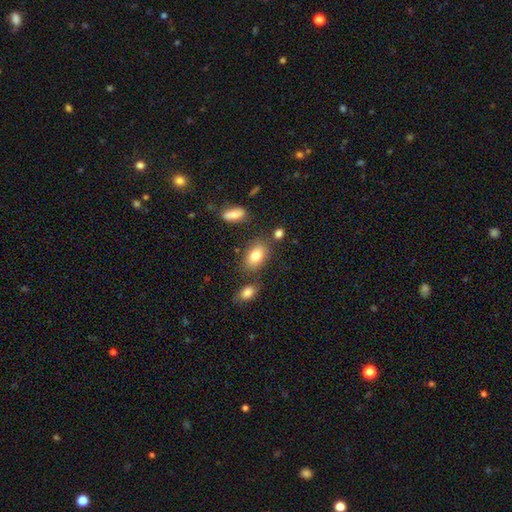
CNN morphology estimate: The model was most divided on "merging": none: 71%, minor disturbance: 16%, merger: 9%, major disturbance: 5%. More confident: how rounded — in between (85%); smooth or featured — smooth (80%).